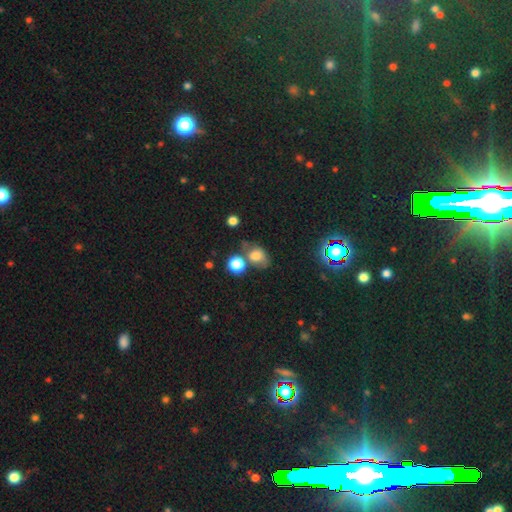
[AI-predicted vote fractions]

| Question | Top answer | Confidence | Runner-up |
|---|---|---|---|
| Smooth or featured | smooth | 71% | star or artifact (16%) |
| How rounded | in between | 56% | round (42%) |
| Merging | none | 49% | merger (22%) |